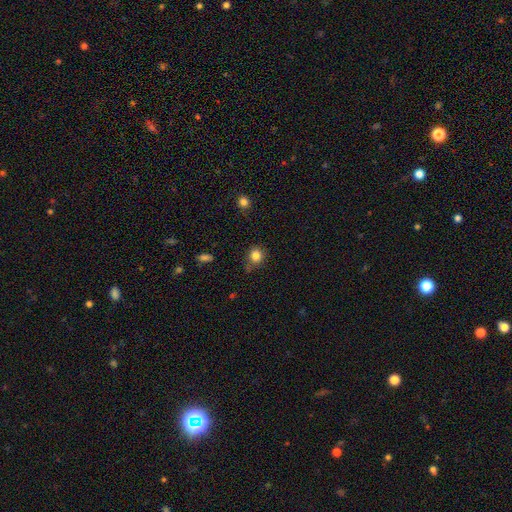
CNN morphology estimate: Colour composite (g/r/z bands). It shows a smooth galaxy with no disk features (83%) that is round (84%). Merging: none (73%).